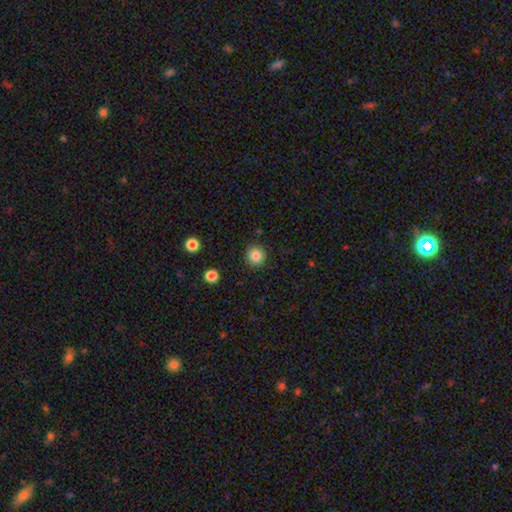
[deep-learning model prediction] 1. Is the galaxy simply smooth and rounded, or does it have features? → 85% smooth, 10% star or artifact, 5% featured or disk.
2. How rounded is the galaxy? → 90% round, 9% in between, 1% cigar-shaped.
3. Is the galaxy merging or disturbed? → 90% none, 7% minor disturbance, 2% major disturbance, 1% merger.